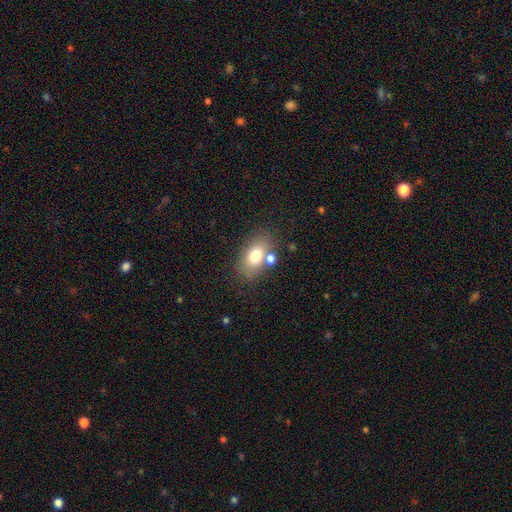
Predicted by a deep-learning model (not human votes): A smooth galaxy with no disk features (73%) that is in between round and cigar-shaped (83%).

Vote fractions:
- Smooth or featured? smooth: 73% / featured or disk: 16% / star or artifact: 10%
- How rounded? in between: 83% / round: 16% / cigar-shaped: 2%
- Merging? none: 67% / merger: 16% / minor disturbance: 13% / major disturbance: 5%